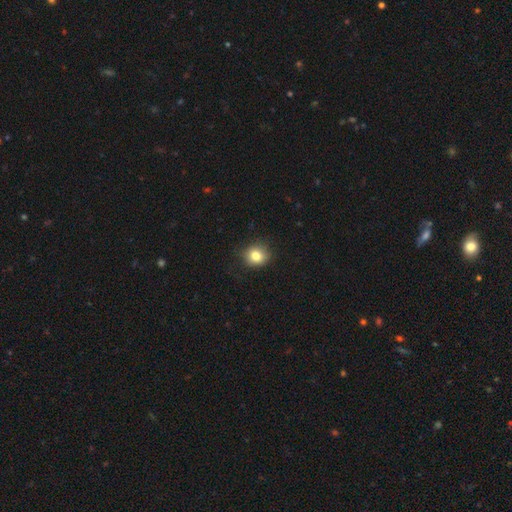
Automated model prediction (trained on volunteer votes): Smooth or featured? smooth (82%)
How rounded? round (81%)
Merging? none (83%)